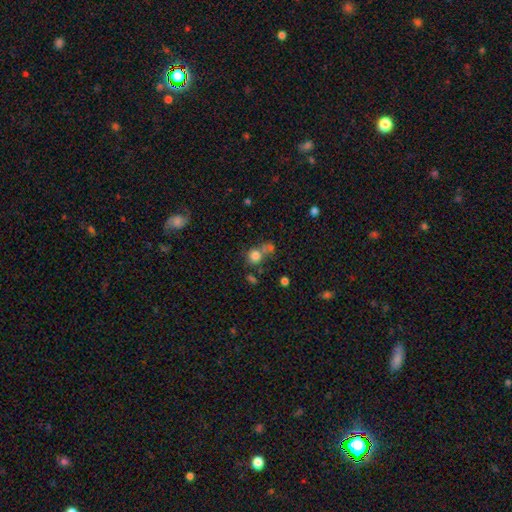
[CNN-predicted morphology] Smooth or featured? Predicted: smooth (p=0.78). How rounded? Predicted: round (p=0.84). Merging? Predicted: none (p=0.52).